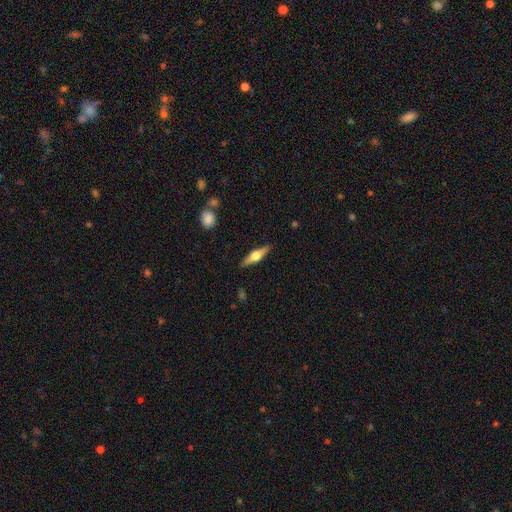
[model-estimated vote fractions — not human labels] Smooth or featured: featured or disk — 68% (smooth — 26%)
Edge-on disk: yes — 97% (no — 3%)
Edge-on bulge: rounded — 94% (boxy — 5%)
Merging: none — 89% (minor disturbance — 8%)